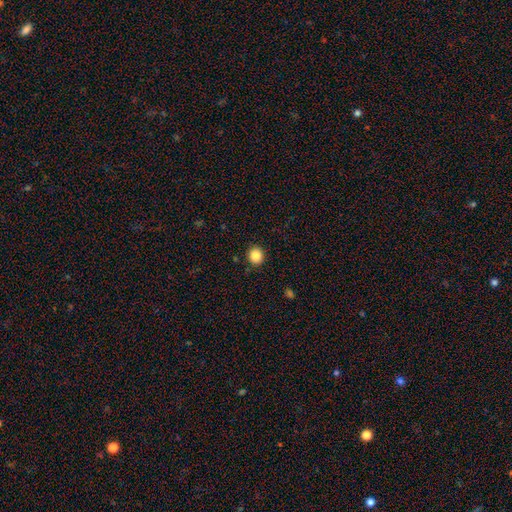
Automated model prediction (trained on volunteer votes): A smooth galaxy with no disk features (86%) that is round (89%). Merging: none (91%).